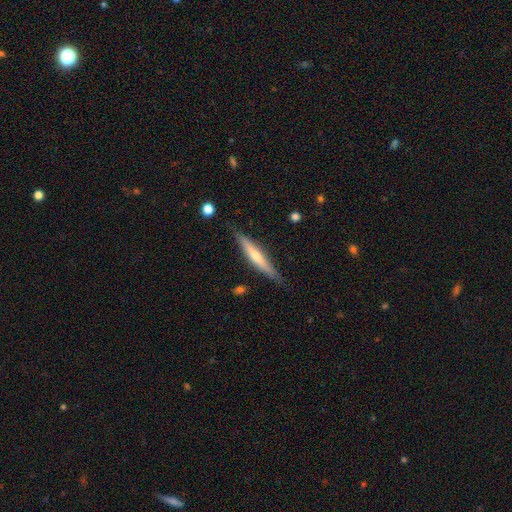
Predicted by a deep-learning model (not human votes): Morphology: type=featured or disk (48%); merging=none (84%).